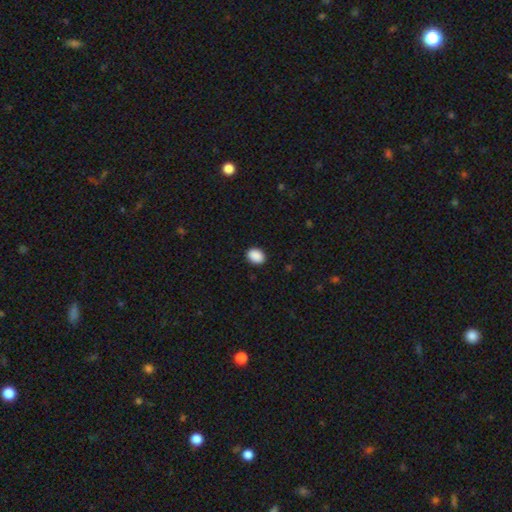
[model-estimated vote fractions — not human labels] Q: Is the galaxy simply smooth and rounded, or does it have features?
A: smooth — 90%.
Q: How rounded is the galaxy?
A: in between — 68%.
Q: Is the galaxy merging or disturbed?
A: none — 90%.